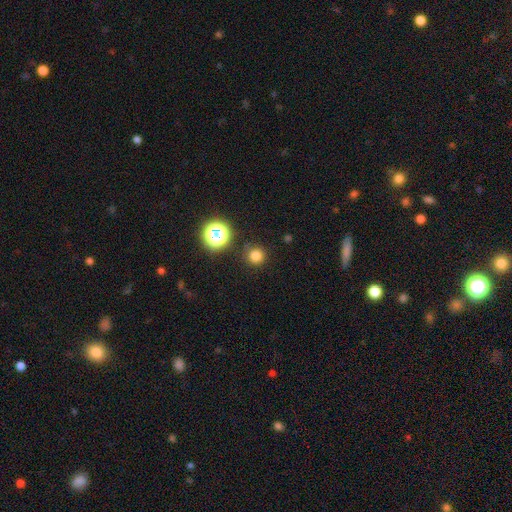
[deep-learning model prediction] Smooth or featured? smooth (76%)
How rounded? round (95%)
Merging? none (88%)